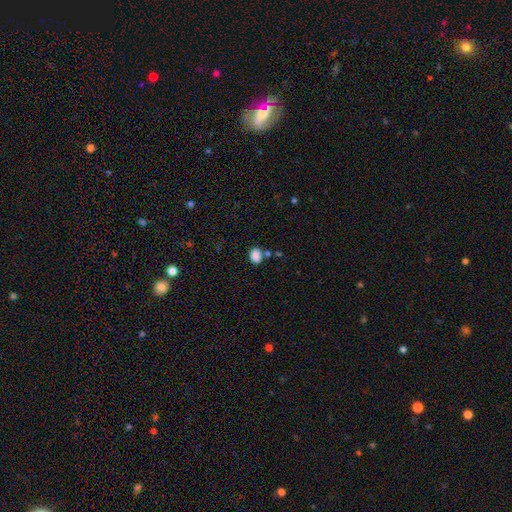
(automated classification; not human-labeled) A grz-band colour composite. It shows a smooth galaxy with no disk features (86%) that is in between round and cigar-shaped (69%). Merging: none (70%).